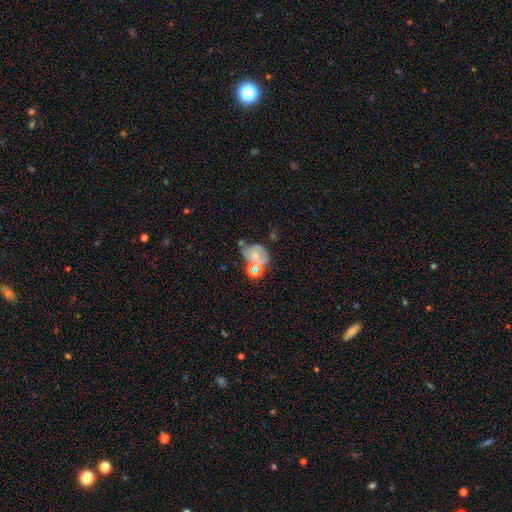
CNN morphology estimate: smooth 42% (tied), featured or disk 42% (tied), star or artifact 16%. Down the decision tree: merging — merger (31%, tied with none).